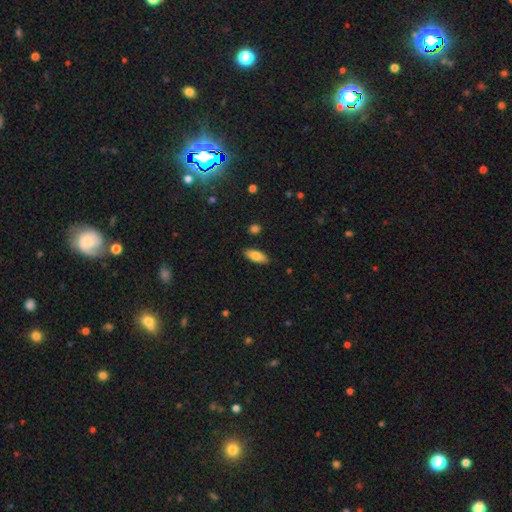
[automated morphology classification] smooth_or_featured: smooth (p=0.79) [alt: featured or disk p=0.14]
how_rounded: in between (p=0.80) [alt: cigar-shaped p=0.18]
merging: none (p=0.87) [alt: minor disturbance p=0.10]